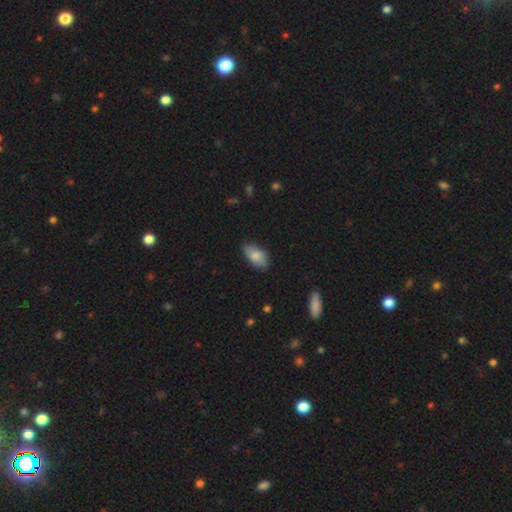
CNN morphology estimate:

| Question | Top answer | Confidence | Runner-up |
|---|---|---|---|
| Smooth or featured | smooth | 80% | featured or disk (13%) |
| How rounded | in between | 93% | cigar-shaped (4%) |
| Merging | none | 80% | minor disturbance (16%) |